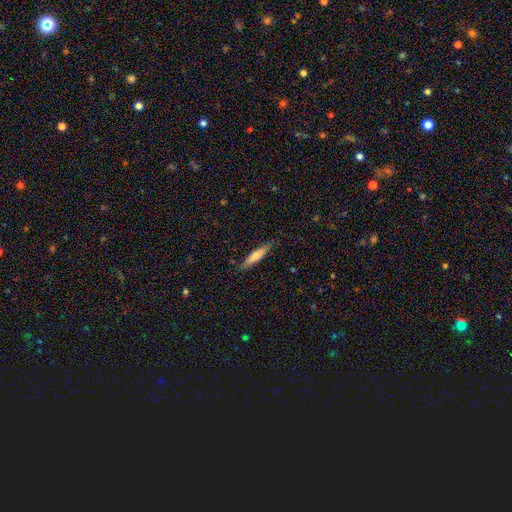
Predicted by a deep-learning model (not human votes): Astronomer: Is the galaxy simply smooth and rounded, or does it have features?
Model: smooth — 55% (runner-up: featured or disk, 39%).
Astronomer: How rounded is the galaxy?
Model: cigar-shaped — 90%.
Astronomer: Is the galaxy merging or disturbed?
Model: none — 87%.